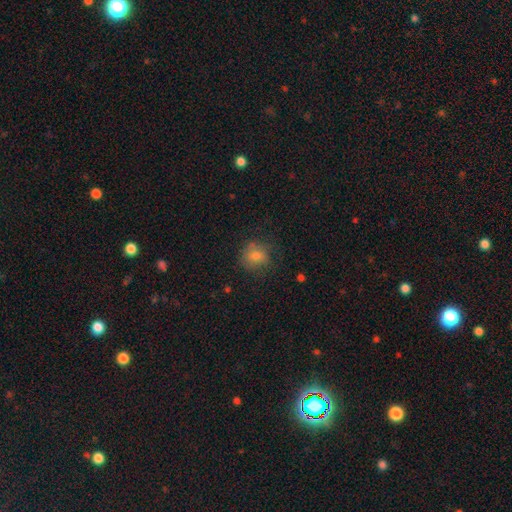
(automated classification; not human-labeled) Smooth or featured?
  - smooth: 71% *
  - featured or disk: 15%
  - star or artifact: 15%
How rounded?
  - round: 75% *
  - in between: 24%
  - cigar-shaped: 1%
Merging?
  - none: 70% *
  - minor disturbance: 20%
  - major disturbance: 9%
  - merger: 2%